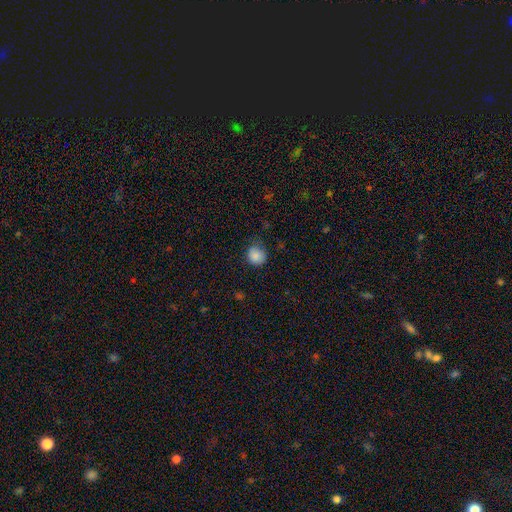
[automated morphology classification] type=smooth (86%); roundness=round (77%); merging=none (68%).